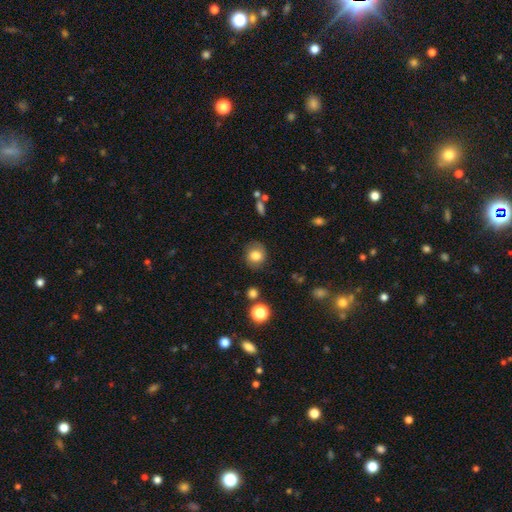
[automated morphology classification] Smooth or featured: smooth — 77% (featured or disk — 13%)
How rounded: round — 76% (in between — 23%)
Merging: none — 82% (minor disturbance — 13%)